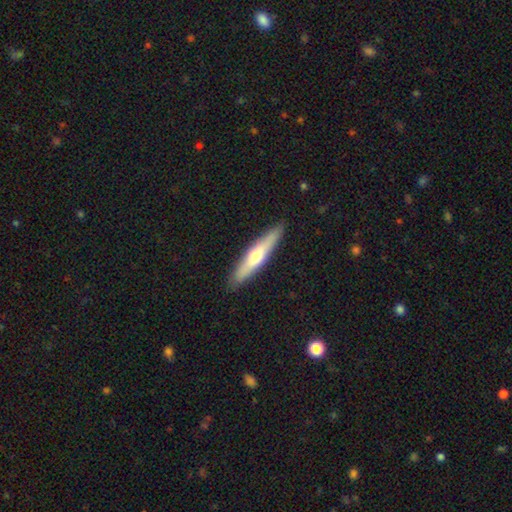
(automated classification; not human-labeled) Smooth or featured: smooth — 50% (featured or disk — 45%)
Merging: none — 90% (minor disturbance — 8%)